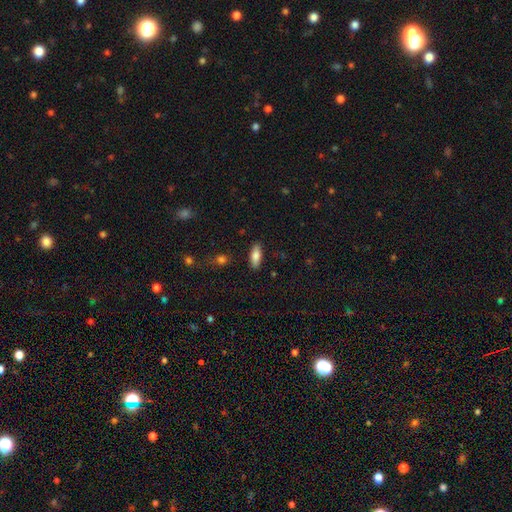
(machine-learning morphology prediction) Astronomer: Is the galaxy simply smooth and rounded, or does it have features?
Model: smooth — 79%.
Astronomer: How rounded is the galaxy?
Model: in between — 72%.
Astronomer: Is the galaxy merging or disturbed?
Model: none — 85%.